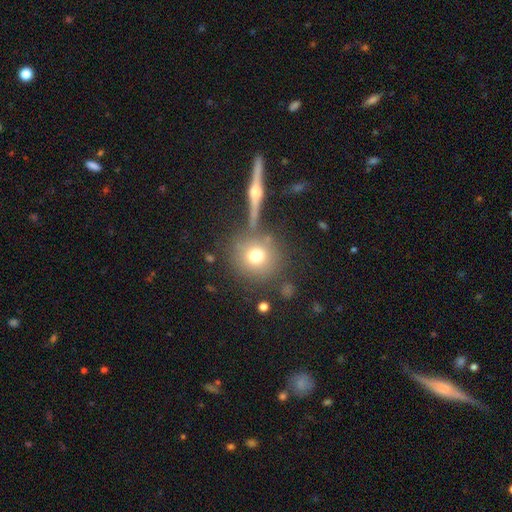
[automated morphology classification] Smooth or featured? smooth (73%)
How rounded? round (90%)
Merging? none (72%)